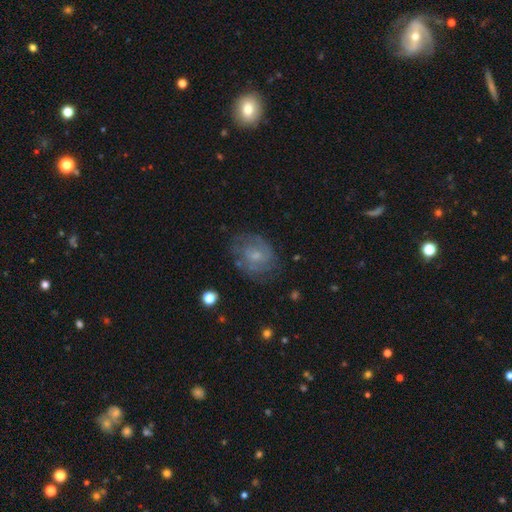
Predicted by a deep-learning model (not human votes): Smooth or featured? featured or disk (66%)
Edge-on disk? no (97%)
Bar? no (58%)
Spiral arms? yes (80%)
Spiral winding? tight (51%)
Spiral arm count? can't tell (41%)
Bulge size? small (55%)
Merging? none (67%)